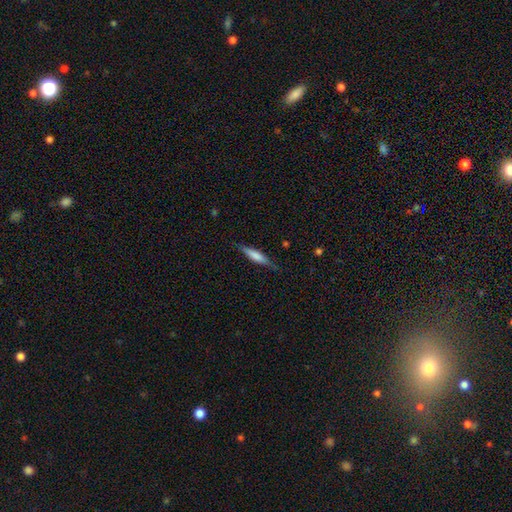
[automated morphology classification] Smooth or featured: smooth — 58% (featured or disk — 36%)
How rounded: cigar-shaped — 81% (in between — 17%)
Merging: none — 81% (minor disturbance — 15%)